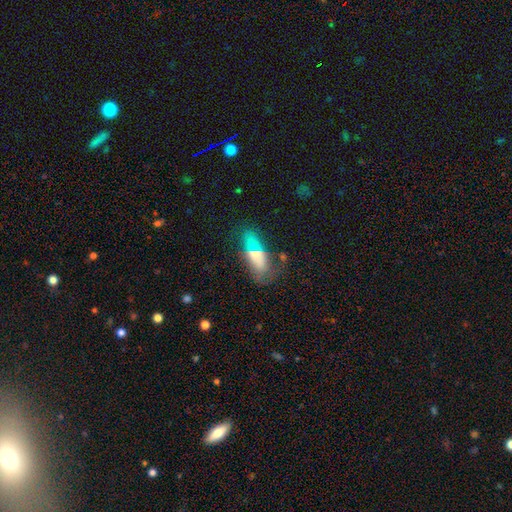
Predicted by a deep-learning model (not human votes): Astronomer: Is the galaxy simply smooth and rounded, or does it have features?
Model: smooth — 62%.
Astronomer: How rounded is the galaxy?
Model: in between — 73%.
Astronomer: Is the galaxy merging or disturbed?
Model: none — 61%.